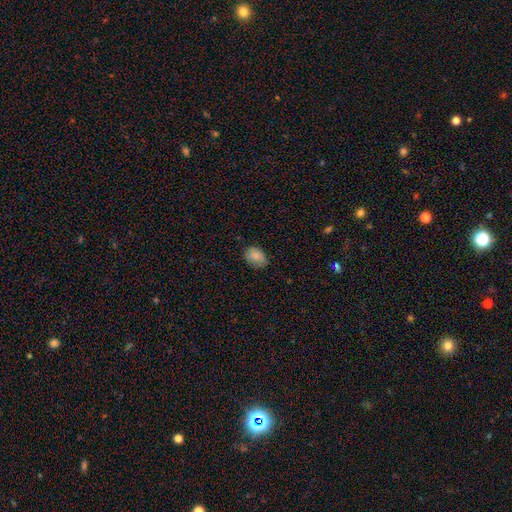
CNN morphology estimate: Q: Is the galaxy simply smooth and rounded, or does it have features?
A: smooth — 84%.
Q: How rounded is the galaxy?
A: in between — 78%.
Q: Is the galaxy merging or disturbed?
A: none — 73%.